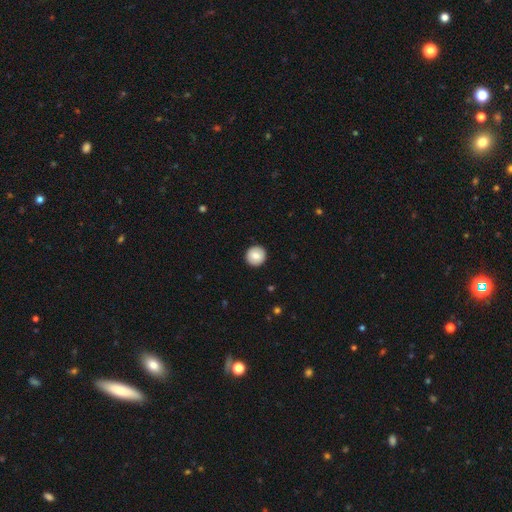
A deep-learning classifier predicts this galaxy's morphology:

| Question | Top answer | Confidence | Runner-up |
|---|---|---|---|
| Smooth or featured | smooth | 84% | featured or disk (9%) |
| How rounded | round | 95% | in between (4%) |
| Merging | none | 92% | minor disturbance (5%) |